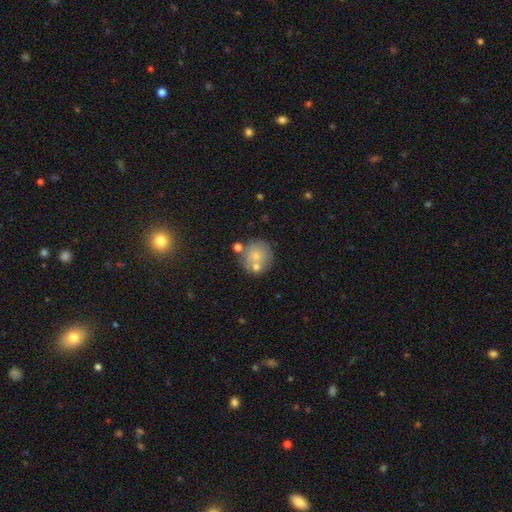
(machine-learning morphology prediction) smooth-or-featured: smooth: 68% | featured or disk: 23% | star or artifact: 9%
  how-rounded: round: 90% | in between: 9% | cigar-shaped: 1%
  merging: none: 61% | merger: 19% | minor disturbance: 14% | major disturbance: 5%